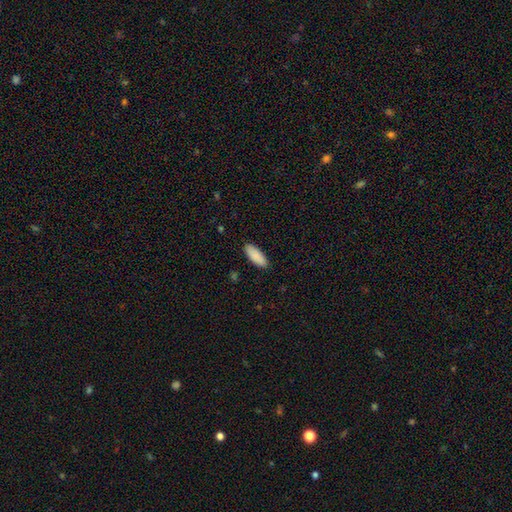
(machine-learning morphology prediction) A smooth galaxy with no disk features (90%) that is in between round and cigar-shaped (75%).

Vote fractions:
- Smooth or featured? smooth: 90% / star or artifact: 6% / featured or disk: 4%
- How rounded? in between: 75% / cigar-shaped: 24% / round: 2%
- Merging? none: 90% / minor disturbance: 8% / major disturbance: 2% / merger: 1%